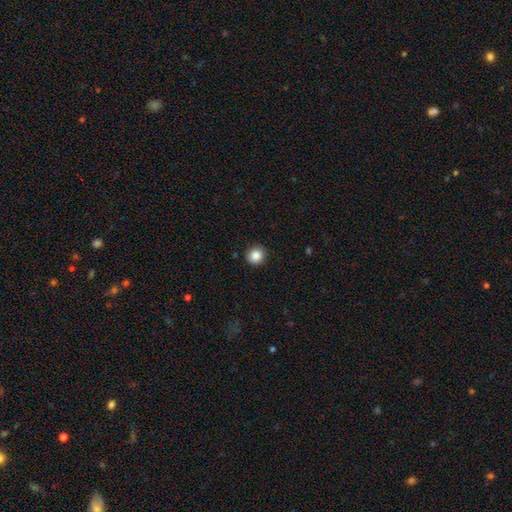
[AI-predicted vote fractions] smooth 87%, star or artifact 10%, featured or disk 4%. Down the decision tree: how rounded — round (86%); merging — none (90%).